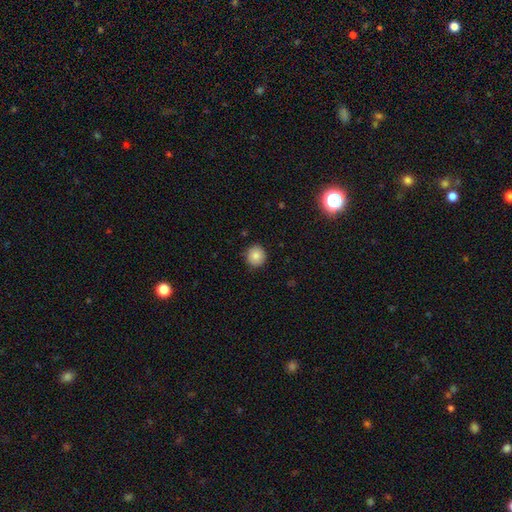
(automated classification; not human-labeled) This is clearly a smooth galaxy (84%). How rounded: clearly round (91%). Merging: clearly none (89%).